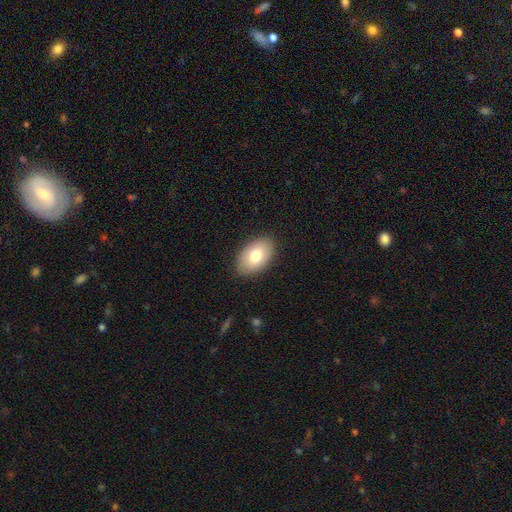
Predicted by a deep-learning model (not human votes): Smooth or featured? Predicted: smooth (p=0.76). How rounded? Predicted: in between (p=0.92). Merging? Predicted: none (p=0.87).